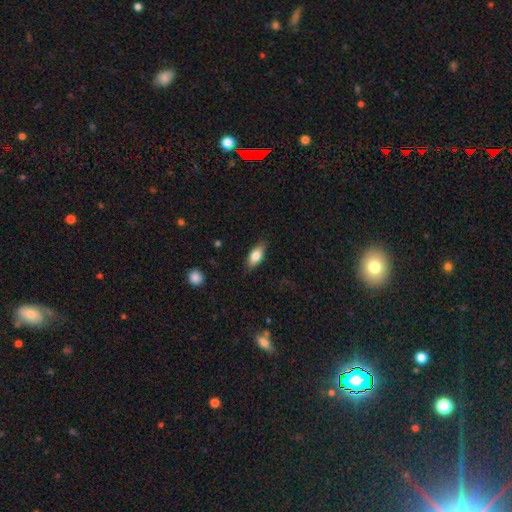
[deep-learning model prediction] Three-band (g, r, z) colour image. It shows a smooth galaxy with no disk features (77%) that is in between round and cigar-shaped (84%). Merging: none (84%).